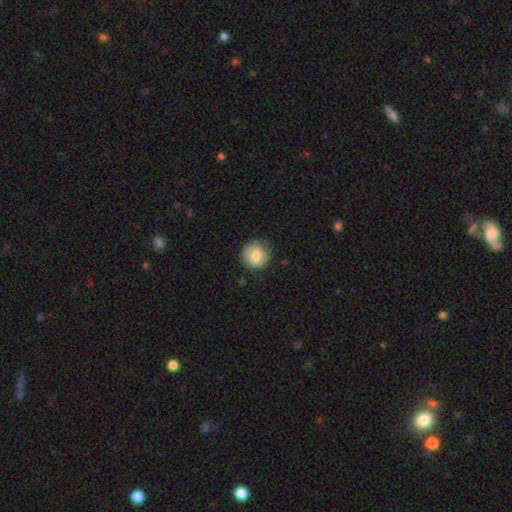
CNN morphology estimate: smooth_or_featured: smooth (p=0.79) [alt: featured or disk p=0.14]
how_rounded: round (p=0.90) [alt: in between p=0.09]
merging: none (p=0.80) [alt: minor disturbance p=0.15]